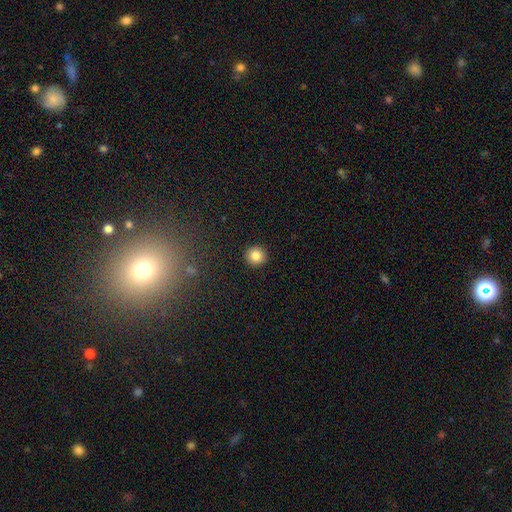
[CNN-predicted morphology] A smooth galaxy with no disk features (84%) that is round (94%).

Vote fractions:
- Smooth or featured? smooth: 84% / star or artifact: 10% / featured or disk: 6%
- How rounded? round: 94% / in between: 5% / cigar-shaped: 1%
- Merging? none: 93% / minor disturbance: 5% / major disturbance: 2% / merger: 1%